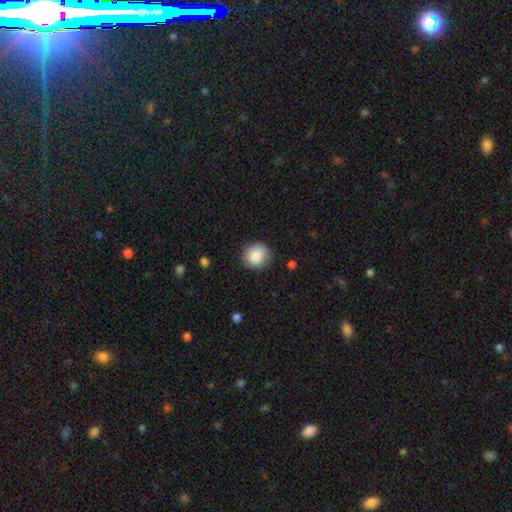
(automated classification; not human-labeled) Smooth or featured? Predicted: smooth (p=0.87). How rounded? Predicted: round (p=0.85). Merging? Predicted: none (p=0.85).